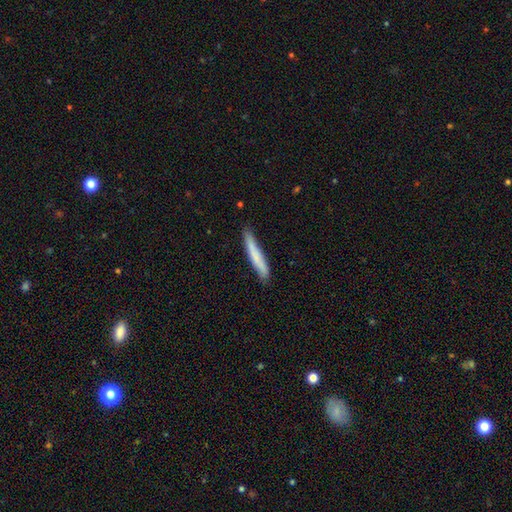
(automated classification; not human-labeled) Smooth or featured? Predicted: smooth (p=0.74). How rounded? Predicted: cigar-shaped (p=0.95). Merging? Predicted: none (p=0.81).